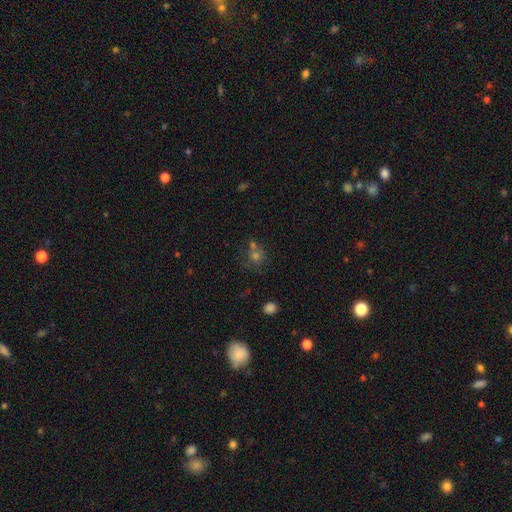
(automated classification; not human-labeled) Overall: smooth (57%; star or artifact 29%). How rounded: round (80%). Merging: none (54%; merger 28%).